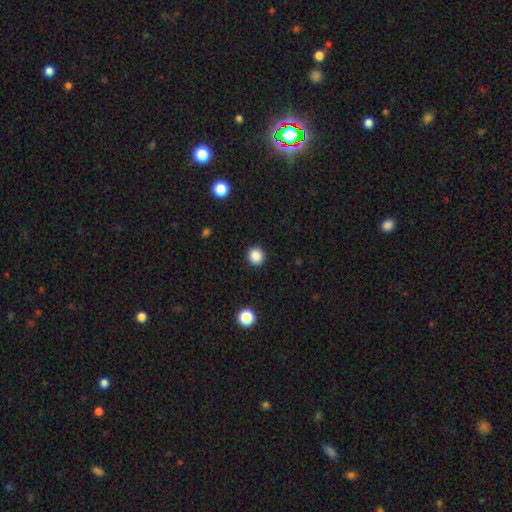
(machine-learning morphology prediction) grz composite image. It shows a smooth galaxy with no disk features (87%) that is round (93%). Merging: none (92%).